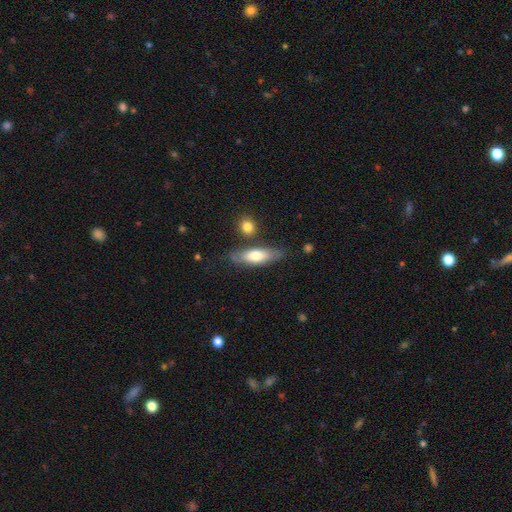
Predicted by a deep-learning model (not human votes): Q: Smooth or featured?
A: smooth (67%); runner-up: featured or disk (27%)
Q: How rounded?
A: in between (58%); runner-up: cigar-shaped (40%)
Q: Merging?
A: none (73%); runner-up: minor disturbance (15%)